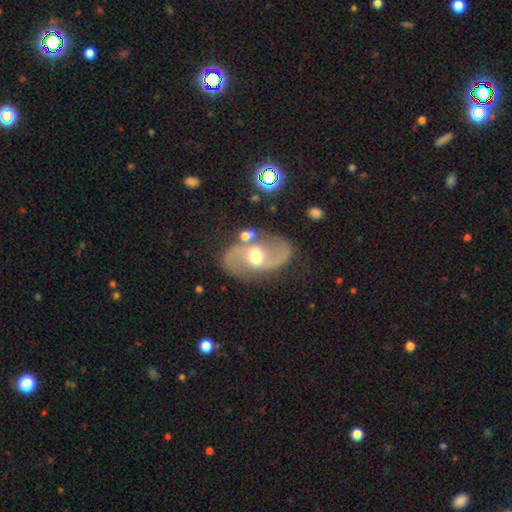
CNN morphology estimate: The model was most divided on "spiral winding": medium: 47%, loose: 43%, tight: 11%. Remaining: edge-on disk — no (97%); spiral arm count — 2 (92%); spiral arms — yes (90%); smooth or featured — featured or disk (84%); bulge size — moderate (71%); merging — none (67%); bar — weak (45%).